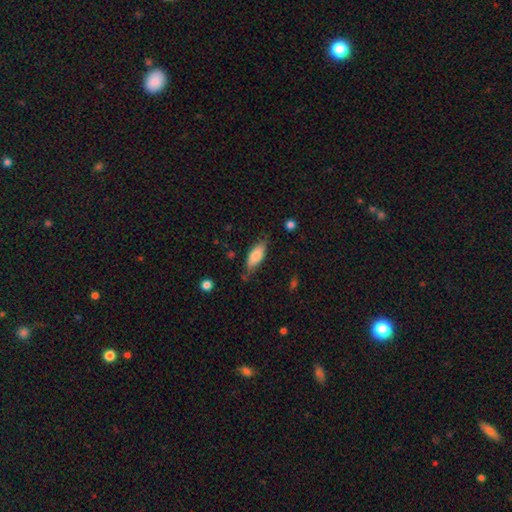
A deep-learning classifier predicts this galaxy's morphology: This is likely a smooth galaxy (78%). How rounded: likely in between (74%). Merging: likely none (71%).